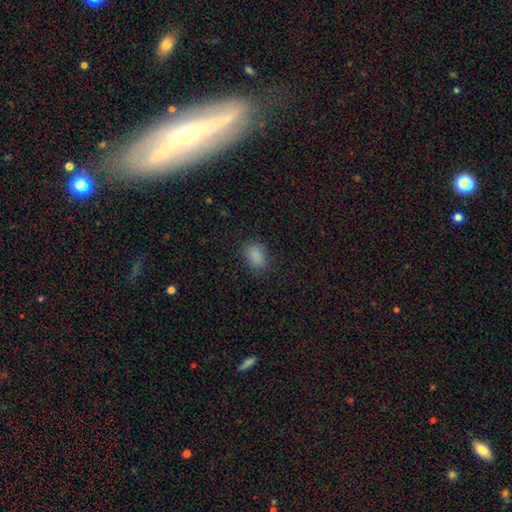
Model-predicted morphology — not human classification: Smooth or featured? smooth (85%)
How rounded? in between (72%)
Merging? none (81%)